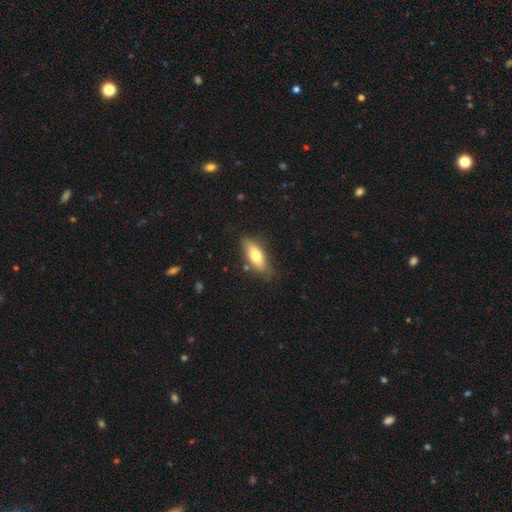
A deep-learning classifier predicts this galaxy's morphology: Overall: smooth (70%). How rounded: in between (69%). Merging: none (76%).